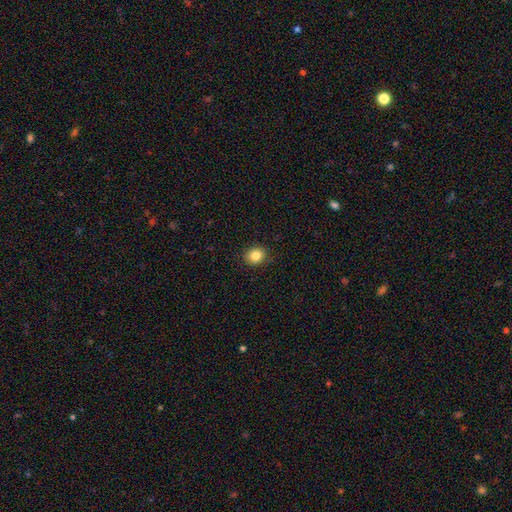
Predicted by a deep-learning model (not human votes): A smooth galaxy with no disk features (83%) that is round (71%). Merging: none (90%).